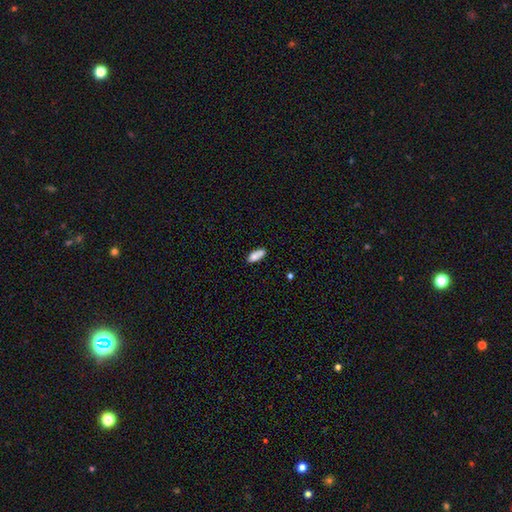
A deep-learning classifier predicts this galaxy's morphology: A smooth galaxy with no disk features (79%) that is in between round and cigar-shaped (81%).

Vote fractions:
- Smooth or featured? smooth: 79% / featured or disk: 13% / star or artifact: 8%
- How rounded? in between: 81% / cigar-shaped: 16% / round: 3%
- Merging? none: 57% / minor disturbance: 20% / merger: 18% / major disturbance: 5%